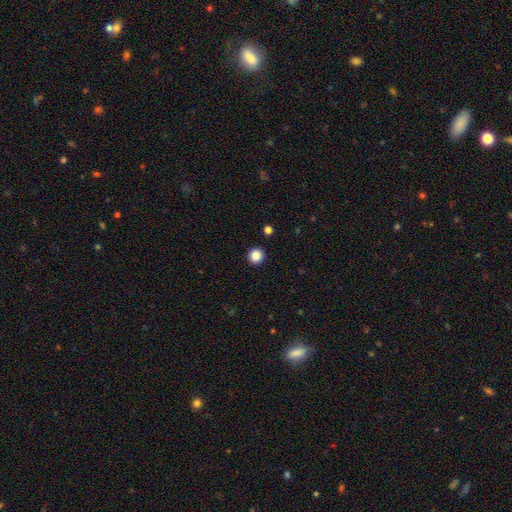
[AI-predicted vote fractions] Overall: smooth (86%). How rounded: round (95%). Merging: none (94%).